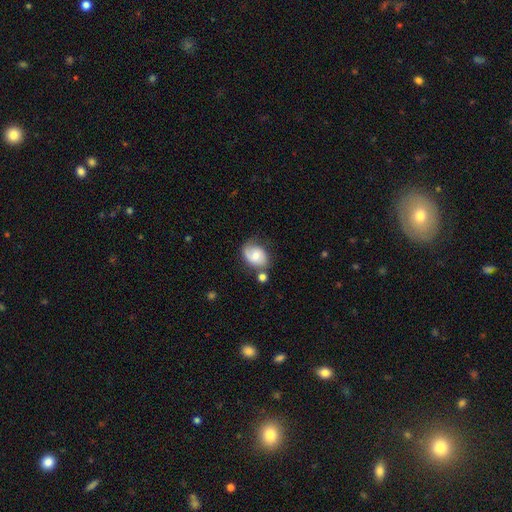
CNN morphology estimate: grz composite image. It shows a smooth galaxy with no disk features (51%) that is in between round and cigar-shaped (70%). Merging: none (51%).